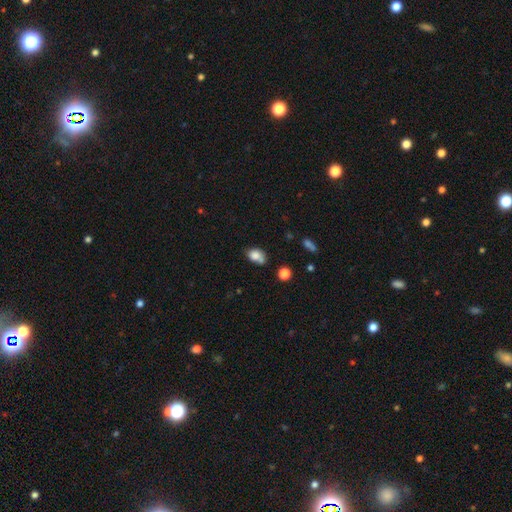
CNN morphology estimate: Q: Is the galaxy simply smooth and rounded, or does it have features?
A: smooth — 79%.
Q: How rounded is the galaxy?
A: in between — 69%.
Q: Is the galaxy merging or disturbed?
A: none — 44%.